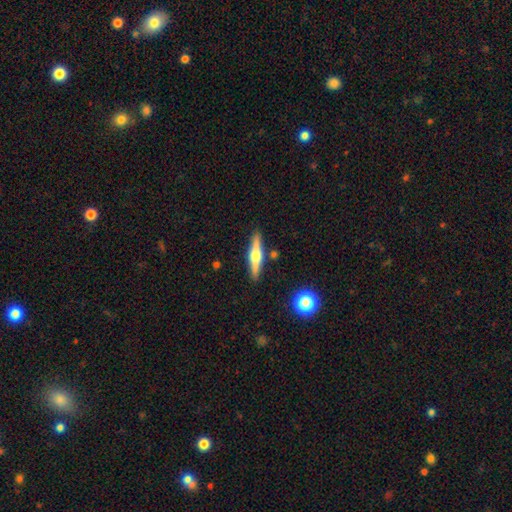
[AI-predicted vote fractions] Smooth or featured? featured or disk (66%)
Edge-on disk? yes (97%)
Edge-on bulge? rounded (93%)
Merging? none (87%)